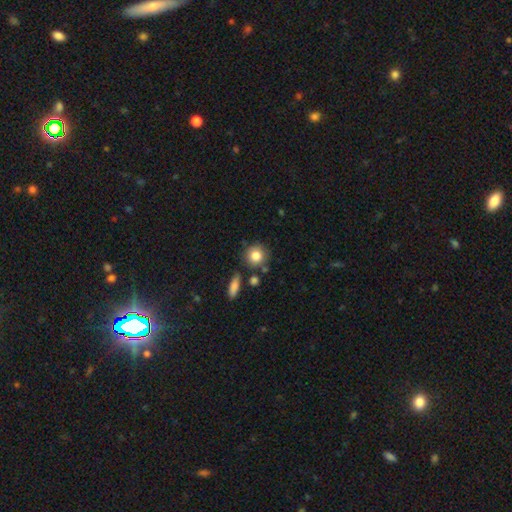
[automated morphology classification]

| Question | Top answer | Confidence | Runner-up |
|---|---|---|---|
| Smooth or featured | smooth | 83% | featured or disk (9%) |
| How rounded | round | 86% | in between (12%) |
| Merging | none | 75% | minor disturbance (13%) |